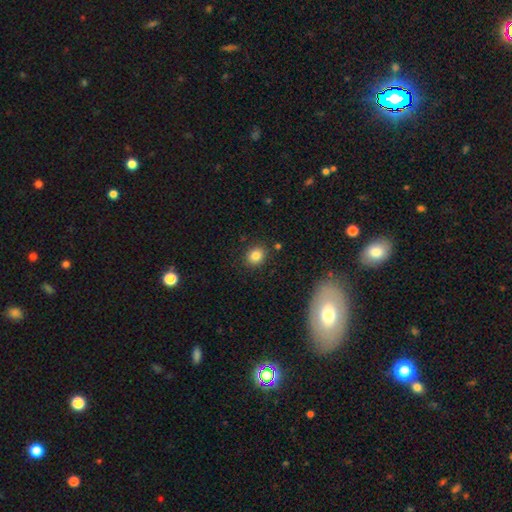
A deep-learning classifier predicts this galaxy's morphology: smooth 83%, star or artifact 10%, featured or disk 6%. Down the decision tree: how rounded — round (68%); merging — none (86%).